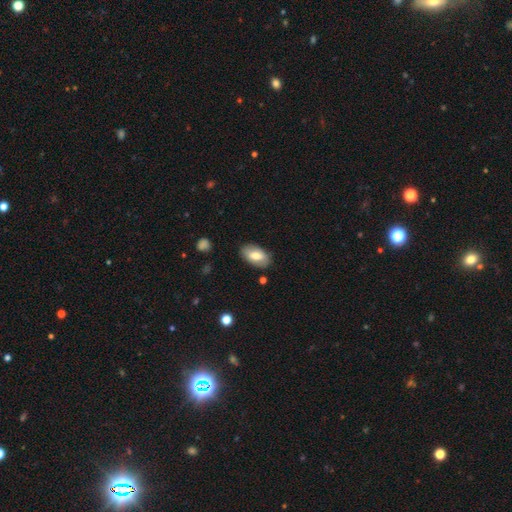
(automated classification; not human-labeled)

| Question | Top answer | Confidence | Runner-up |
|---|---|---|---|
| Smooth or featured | smooth | 72% | featured or disk (21%) |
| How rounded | in between | 93% | round (4%) |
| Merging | none | 83% | minor disturbance (13%) |